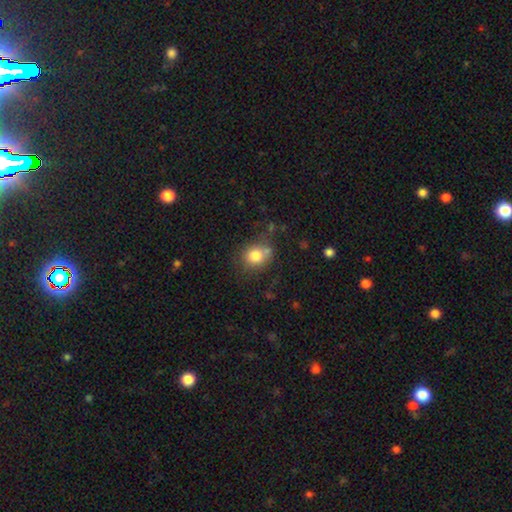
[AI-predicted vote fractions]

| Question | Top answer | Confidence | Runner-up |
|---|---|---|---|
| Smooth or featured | smooth | 80% | star or artifact (11%) |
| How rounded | round | 72% | in between (27%) |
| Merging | none | 64% | minor disturbance (18%) |